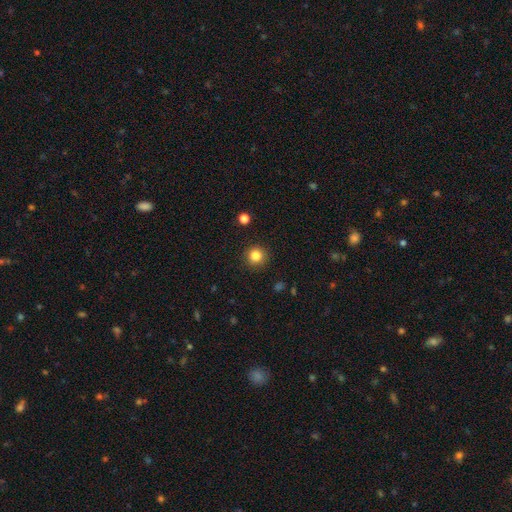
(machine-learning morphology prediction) smooth-or-featured: smooth: 83% | star or artifact: 12% | featured or disk: 5%
  how-rounded: round: 94% | in between: 5% | cigar-shaped: 1%
  merging: none: 91% | minor disturbance: 5% | major disturbance: 2% | merger: 1%